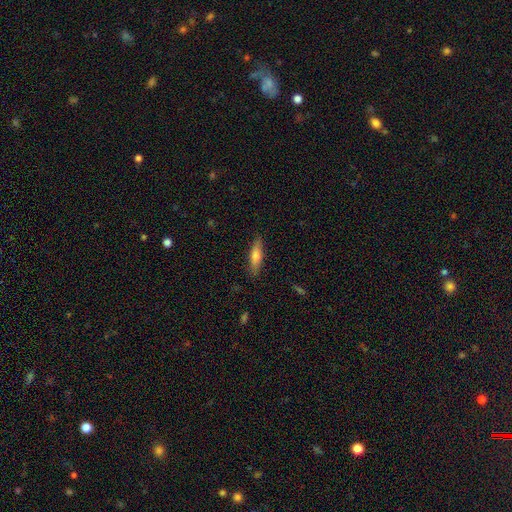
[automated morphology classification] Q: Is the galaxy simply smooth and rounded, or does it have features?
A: smooth — 65%.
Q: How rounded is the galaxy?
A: cigar-shaped — 66%.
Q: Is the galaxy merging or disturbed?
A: none — 86%.